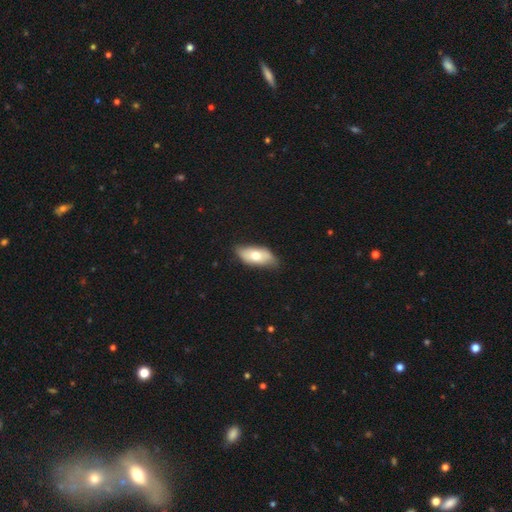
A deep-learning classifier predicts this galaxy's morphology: smooth 67%, featured or disk 27%, star or artifact 6%. Down the decision tree: how rounded — in between (88%); merging — none (74%).